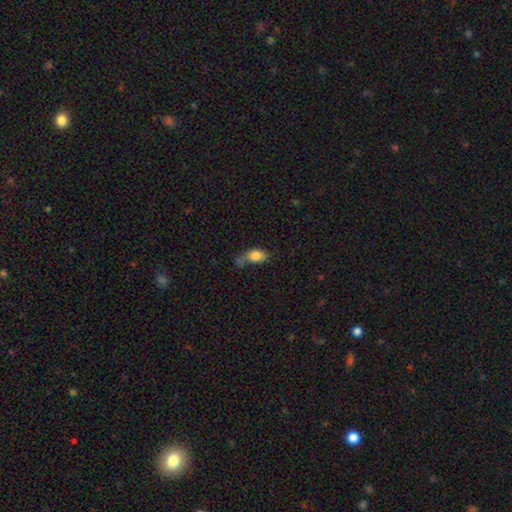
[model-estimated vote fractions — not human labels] Smooth or featured: smooth — 80% (featured or disk — 11%)
How rounded: in between — 84% (round — 12%)
Merging: none — 36% (minor disturbance — 27%)